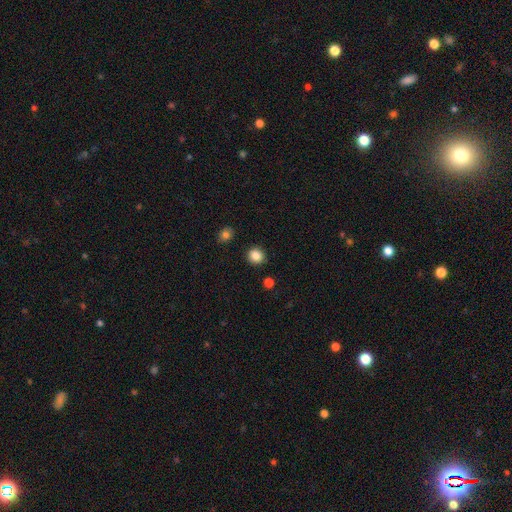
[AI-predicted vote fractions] smooth-or-featured: smooth: 86% | star or artifact: 10% | featured or disk: 4%
  how-rounded: round: 89% | in between: 11% | cigar-shaped: 1%
  merging: none: 89% | minor disturbance: 7% | major disturbance: 2% | merger: 2%